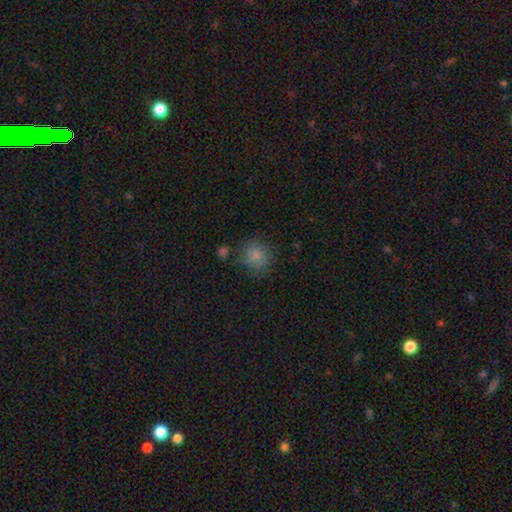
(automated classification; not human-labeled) smooth 82%, star or artifact 10%, featured or disk 8%. Down the decision tree: how rounded — round (86%); merging — none (72%).